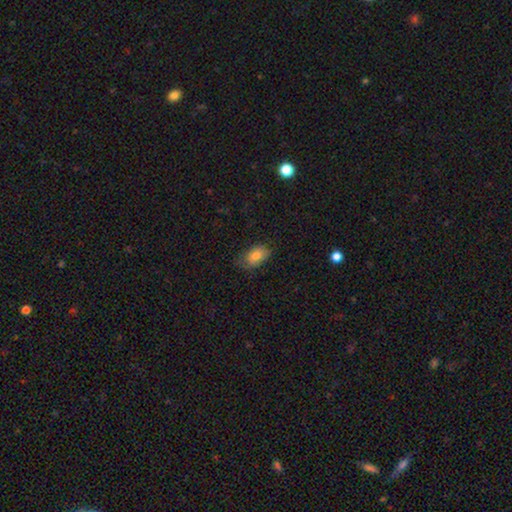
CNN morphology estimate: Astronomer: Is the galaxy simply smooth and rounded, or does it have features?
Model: smooth — 81%.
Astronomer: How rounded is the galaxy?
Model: in between — 89%.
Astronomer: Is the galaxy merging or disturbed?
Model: none — 66%.